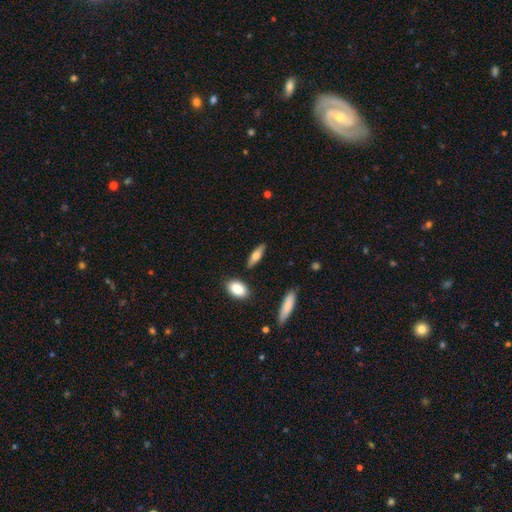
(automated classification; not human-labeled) smooth_or_featured: smooth (p=0.67) [alt: featured or disk p=0.27]
how_rounded: cigar-shaped (p=0.51) [alt: in between p=0.46]
merging: none (p=0.84) [alt: minor disturbance p=0.10]